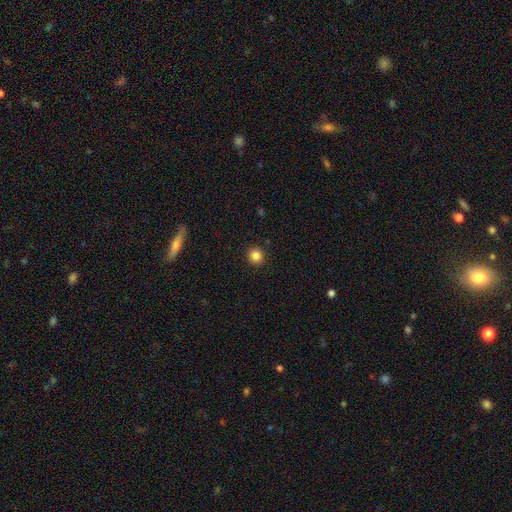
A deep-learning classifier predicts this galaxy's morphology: Overall: smooth (84%). How rounded: round (93%). Merging: none (92%).